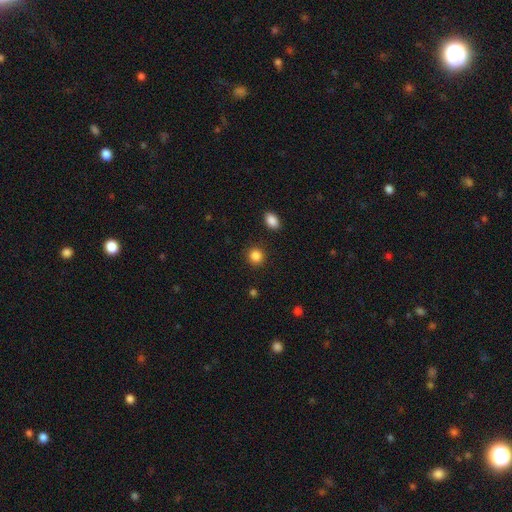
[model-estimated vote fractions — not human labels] This appears to be a smooth galaxy with no disk features (87%) that is round (87%). Merging: none (90%).